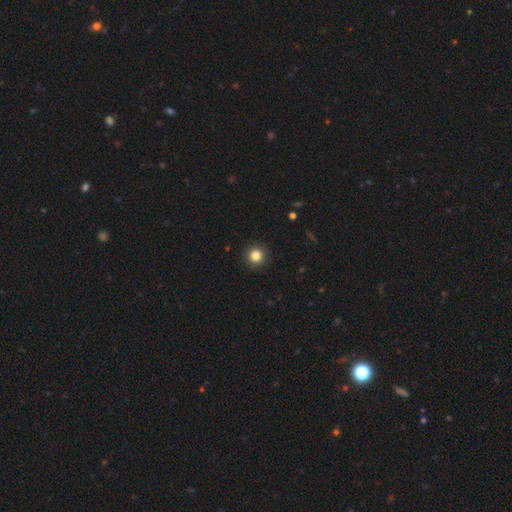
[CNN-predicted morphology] A smooth galaxy with no disk features (84%) that is round (95%).

Vote fractions:
- Smooth or featured? smooth: 84% / star or artifact: 12% / featured or disk: 5%
- How rounded? round: 95% / in between: 4% / cigar-shaped: 1%
- Merging? none: 93% / minor disturbance: 5% / major disturbance: 2% / merger: 1%